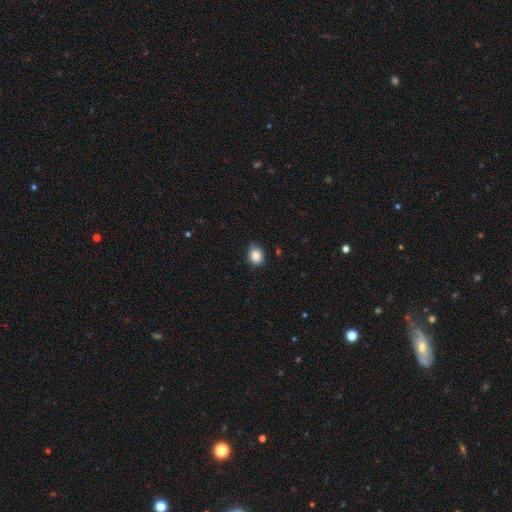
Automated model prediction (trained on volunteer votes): This appears to be a smooth galaxy with no disk features (85%) that is round (52%). Merging: none (77%).